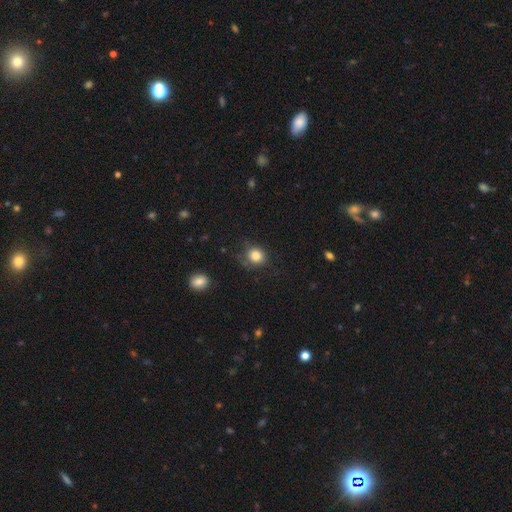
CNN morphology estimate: This is clearly a smooth galaxy (84%). How rounded: clearly round (81%). Merging: likely none (76%).